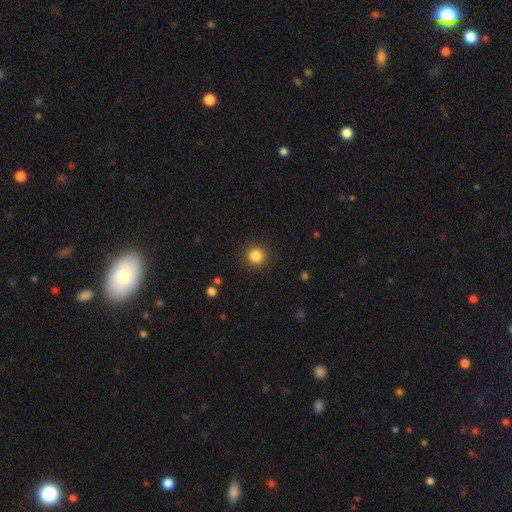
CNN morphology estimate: smooth-or-featured: smooth: 84% | star or artifact: 11% | featured or disk: 4%
  how-rounded: round: 94% | in between: 5% | cigar-shaped: 1%
  merging: none: 91% | minor disturbance: 6% | major disturbance: 2% | merger: 1%